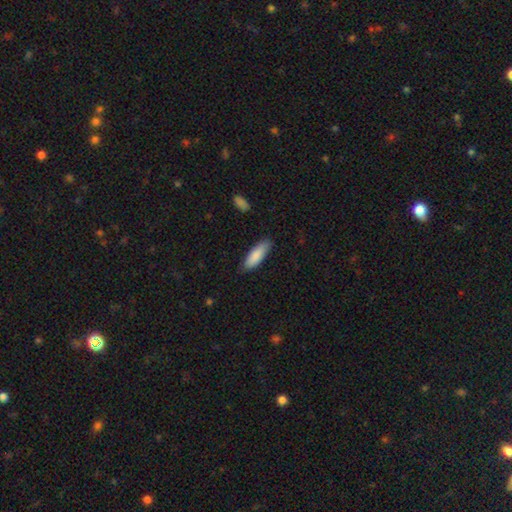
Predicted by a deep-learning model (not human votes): A smooth galaxy with no disk features (86%) that is in between round and cigar-shaped (58%).

Vote fractions:
- Smooth or featured? smooth: 86% / featured or disk: 9% / star or artifact: 5%
- How rounded? in between: 58% / cigar-shaped: 41% / round: 1%
- Merging? none: 81% / minor disturbance: 16% / major disturbance: 2% / merger: 1%